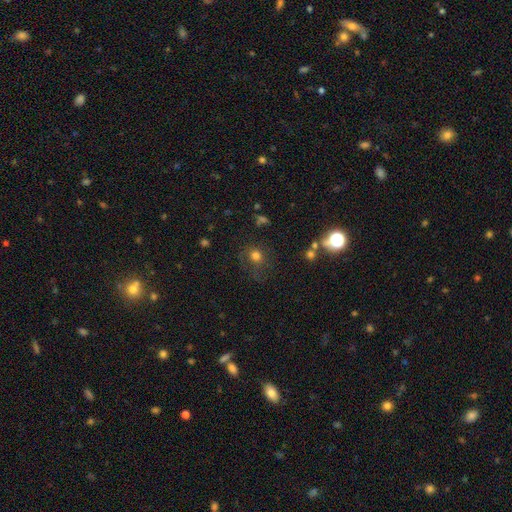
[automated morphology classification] Overall: smooth (71%). How rounded: round (84%). Merging: none (61%).